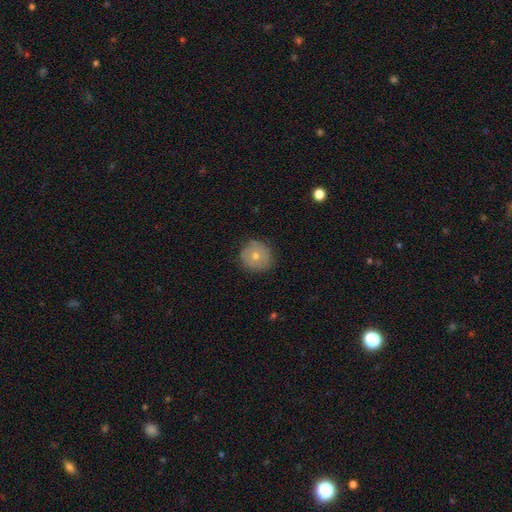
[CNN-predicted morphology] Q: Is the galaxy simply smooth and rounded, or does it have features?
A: smooth — 66%.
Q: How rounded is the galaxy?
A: round — 91%.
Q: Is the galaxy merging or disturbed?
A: none — 84%.